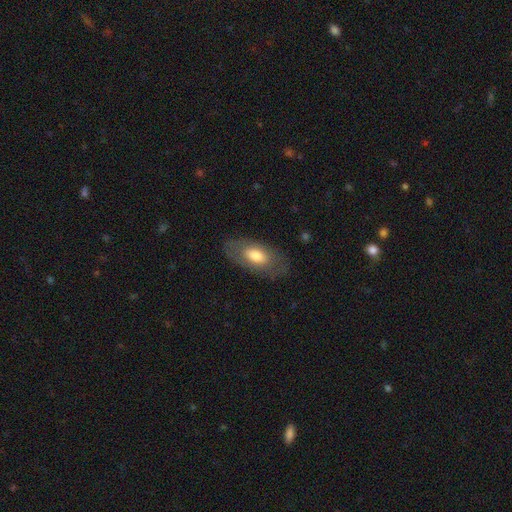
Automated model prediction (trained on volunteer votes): Morphology: type=smooth (65%); roundness=in between (91%); merging=none (79%).